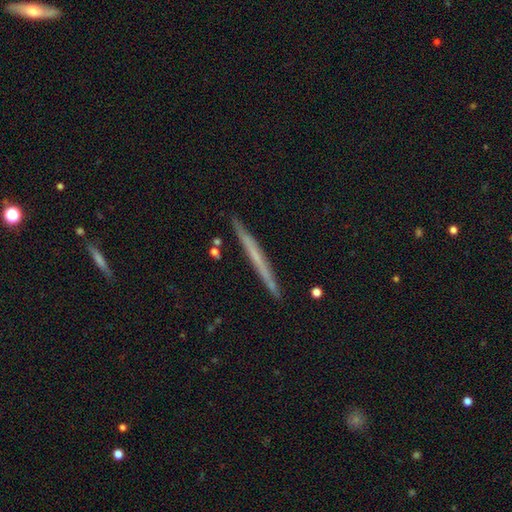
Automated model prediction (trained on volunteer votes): This appears to be a featured or disk galaxy (51%) viewed edge-on (97%). Merging: none (89%).